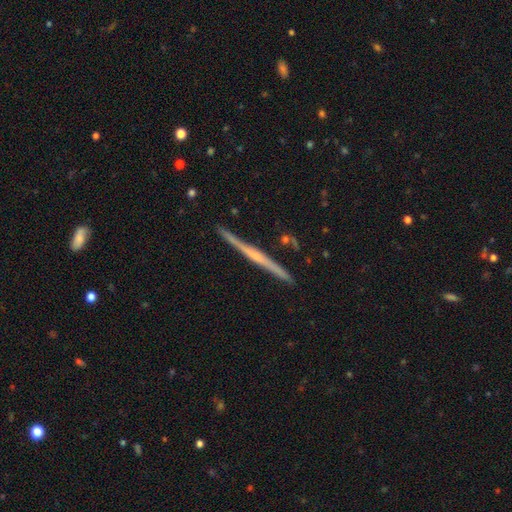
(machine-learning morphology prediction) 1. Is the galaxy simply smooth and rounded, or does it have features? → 76% featured or disk, 19% smooth, 5% star or artifact.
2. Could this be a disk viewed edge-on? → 98% yes, 2% no.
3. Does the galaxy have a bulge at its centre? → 47% none, 44% rounded, 9% boxy.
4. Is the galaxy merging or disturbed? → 91% none, 7% minor disturbance, 1% merger, 1% major disturbance.